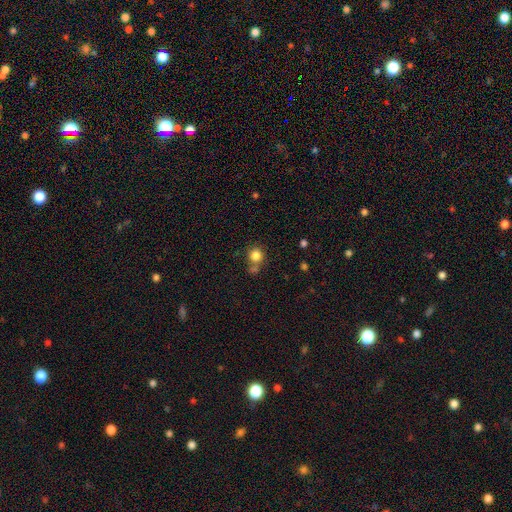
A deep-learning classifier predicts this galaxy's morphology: smooth-or-featured: smooth: 83% | star or artifact: 11% | featured or disk: 6%
  how-rounded: round: 90% | in between: 9% | cigar-shaped: 1%
  merging: none: 59% | merger: 25% | minor disturbance: 11% | major disturbance: 5%